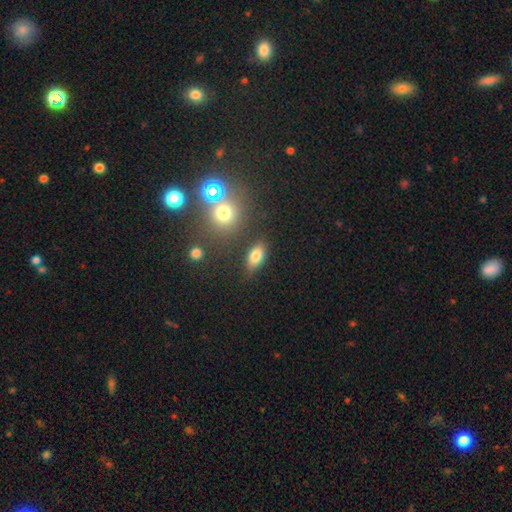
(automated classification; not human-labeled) A smooth galaxy with no disk features (78%) that is in between round and cigar-shaped (84%). Merging: none (77%).